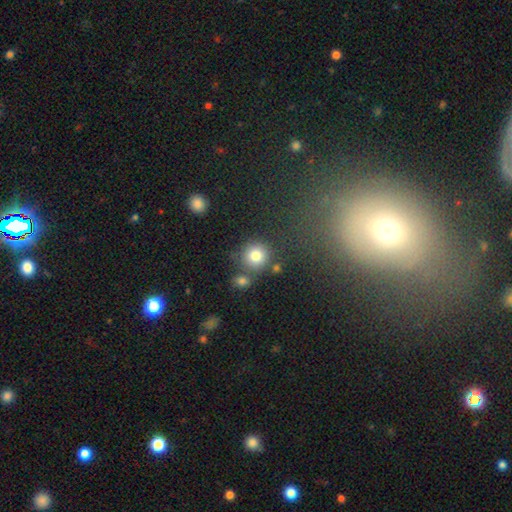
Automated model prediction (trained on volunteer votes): The model was most divided on "merging": none: 68%, merger: 16%, minor disturbance: 11%, major disturbance: 5%. More confident: how rounded — round (91%); smooth or featured — smooth (81%).